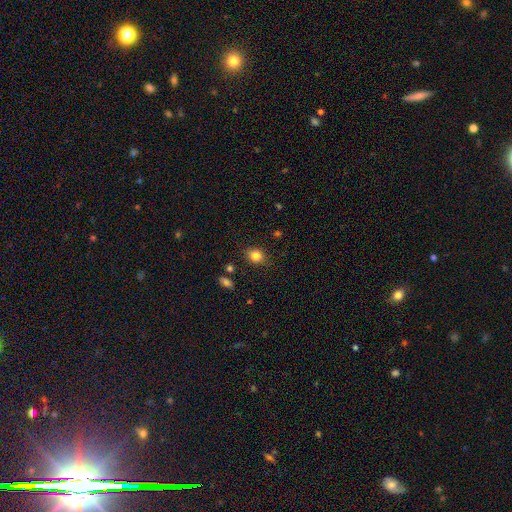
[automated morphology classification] Smooth or featured? smooth (83%)
How rounded? round (53%)
Merging? none (83%)